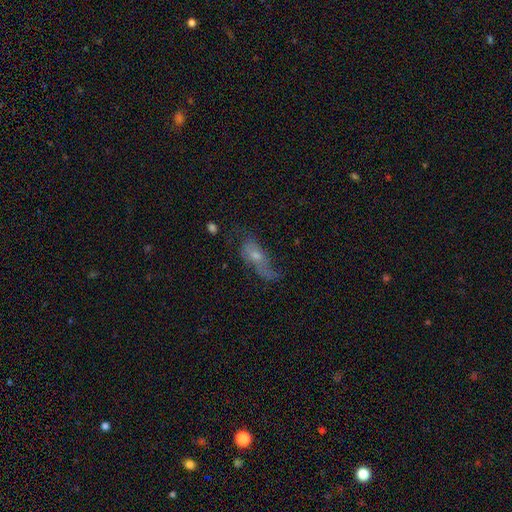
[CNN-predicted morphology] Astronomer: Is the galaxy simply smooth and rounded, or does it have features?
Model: featured or disk — 57% (runner-up: smooth, 32%).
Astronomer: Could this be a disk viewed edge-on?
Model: no — 86%.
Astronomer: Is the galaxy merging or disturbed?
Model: none — 39% (runner-up: major disturbance, 33%).